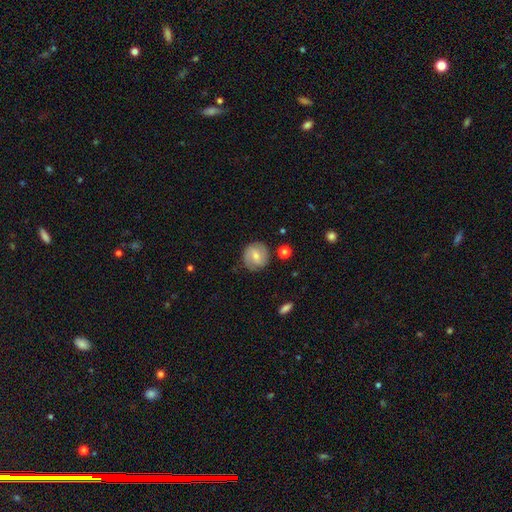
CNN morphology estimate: smooth_or_featured: featured or disk (p=0.53) [alt: smooth p=0.40]
disk_edge_on: no (p=0.97) [alt: yes p=0.03]
bar: weak (p=0.50) [alt: no p=0.31]
has_spiral_arms: yes (p=0.83) [alt: no p=0.17]
bulge_size: moderate (p=0.49) [alt: small p=0.46]
merging: none (p=0.81) [alt: minor disturbance p=0.13]